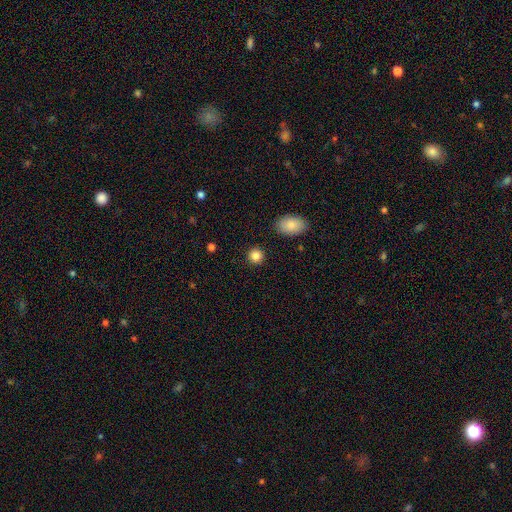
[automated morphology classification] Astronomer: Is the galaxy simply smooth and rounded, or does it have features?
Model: smooth — 86%.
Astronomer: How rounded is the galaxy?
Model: round — 90%.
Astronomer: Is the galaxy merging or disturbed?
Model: none — 90%.